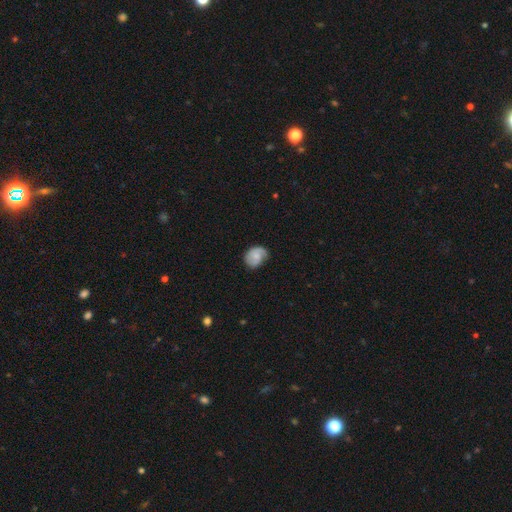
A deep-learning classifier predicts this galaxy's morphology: Smooth or featured? smooth (48%)
Merging? none (60%)